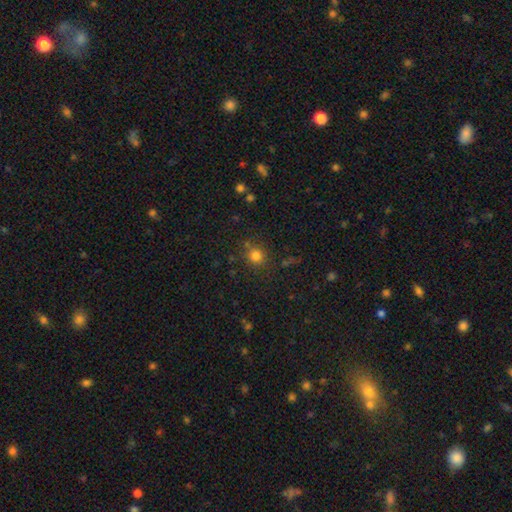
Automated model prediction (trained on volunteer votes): Overall: smooth (79%). How rounded: round (85%). Merging: none (80%).